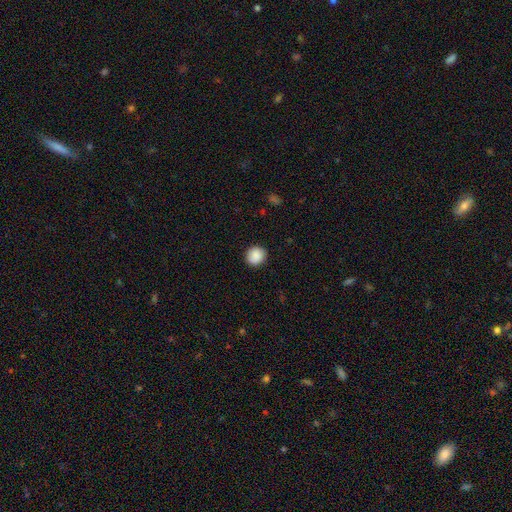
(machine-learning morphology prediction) Q: Smooth or featured?
A: smooth (89%); runner-up: star or artifact (8%)
Q: How rounded?
A: round (88%); runner-up: in between (11%)
Q: Merging?
A: none (91%); runner-up: minor disturbance (6%)